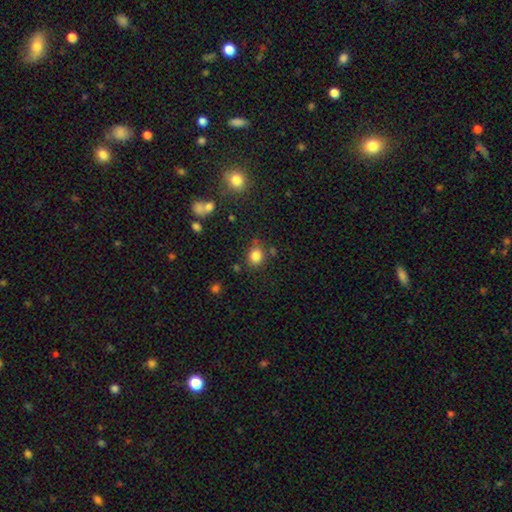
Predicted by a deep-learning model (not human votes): Smooth or featured? smooth (83%)
How rounded? round (65%)
Merging? none (75%)